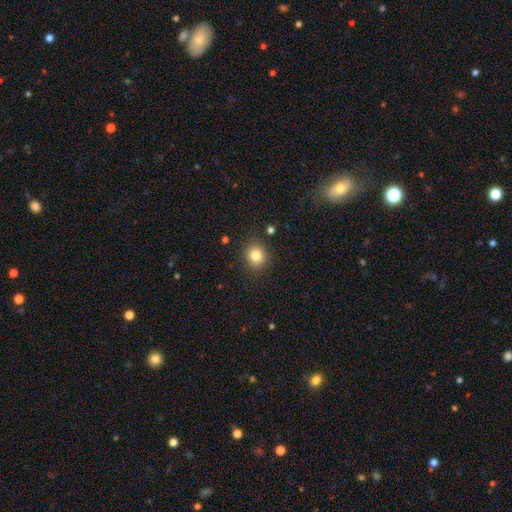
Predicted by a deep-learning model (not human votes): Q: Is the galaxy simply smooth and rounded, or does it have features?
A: smooth — 84%.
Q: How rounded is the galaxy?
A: round — 78%.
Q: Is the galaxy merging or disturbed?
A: none — 87%.